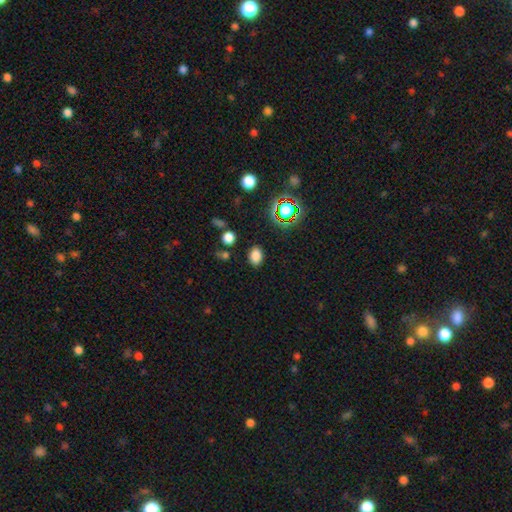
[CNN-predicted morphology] A smooth galaxy with no disk features (79%) that is in between round and cigar-shaped (74%).

Vote fractions:
- Smooth or featured? smooth: 79% / star or artifact: 15% / featured or disk: 5%
- How rounded? in between: 74% / round: 25% / cigar-shaped: 1%
- Merging? none: 85% / minor disturbance: 9% / major disturbance: 3% / merger: 2%